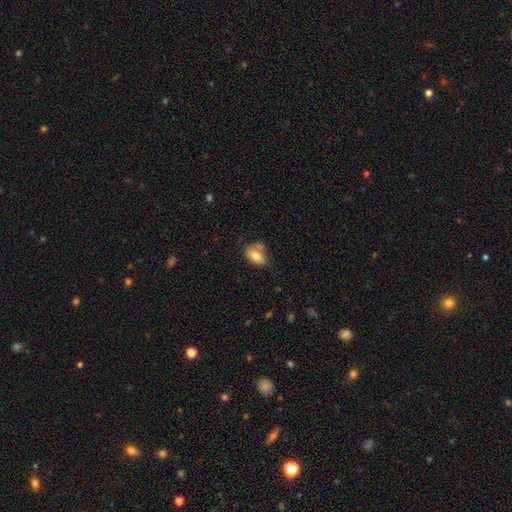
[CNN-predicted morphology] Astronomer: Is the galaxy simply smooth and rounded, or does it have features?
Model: smooth — 75%.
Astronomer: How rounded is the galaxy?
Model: in between — 89%.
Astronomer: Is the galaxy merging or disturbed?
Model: none — 50% (runner-up: minor disturbance, 25%).